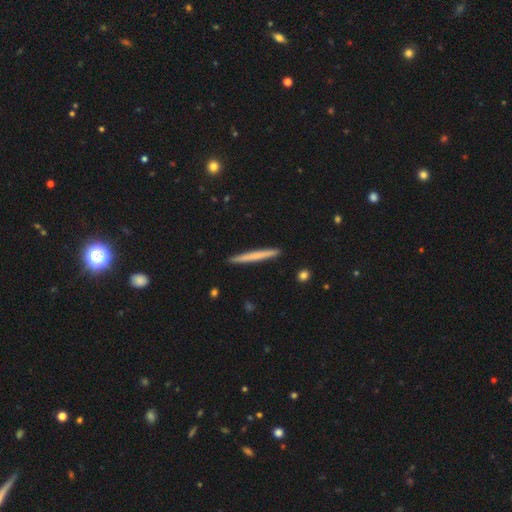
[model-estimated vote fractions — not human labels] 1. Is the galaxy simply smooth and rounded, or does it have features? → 60% smooth, 35% featured or disk, 5% star or artifact.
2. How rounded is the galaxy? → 97% cigar-shaped, 2% in between, 1% round.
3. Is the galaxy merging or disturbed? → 92% none, 5% minor disturbance, 1% merger, 1% major disturbance.